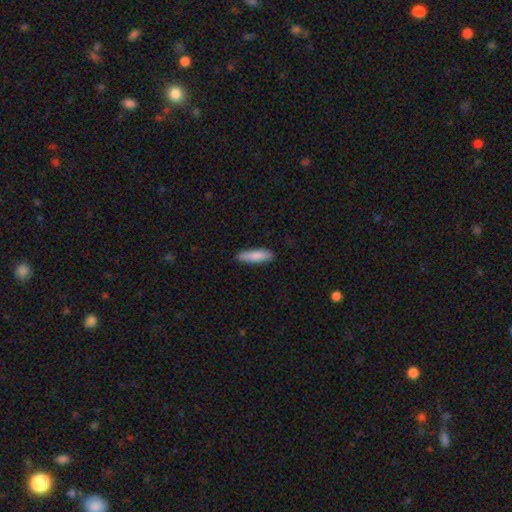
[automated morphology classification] Overall: smooth (86%). How rounded: cigar-shaped (67%; in between 32%). Merging: none (86%).